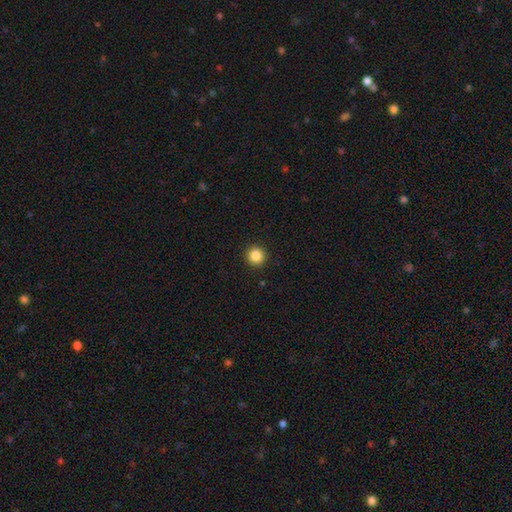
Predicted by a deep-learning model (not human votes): This is clearly a smooth galaxy (86%). How rounded: clearly round (95%). Merging: clearly none (93%).